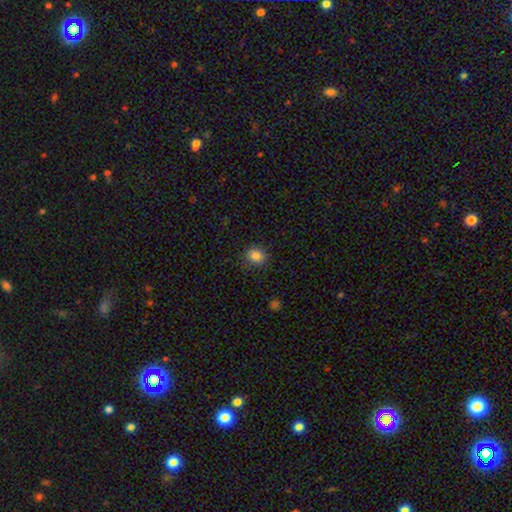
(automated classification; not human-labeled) Overall: smooth (86%). How rounded: round (76%). Merging: none (85%).